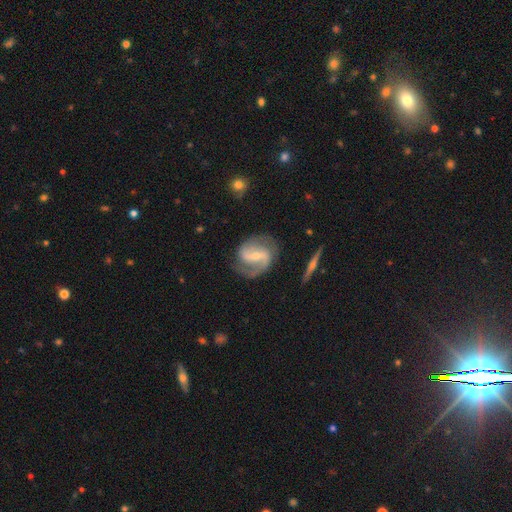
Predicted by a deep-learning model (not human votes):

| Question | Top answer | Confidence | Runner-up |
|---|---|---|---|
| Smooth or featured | featured or disk | 87% | smooth (8%) |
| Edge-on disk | no | 97% | yes (3%) |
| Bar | weak | 42% | strong (40%) |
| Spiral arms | yes | 96% | no (4%) |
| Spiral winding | medium | 52% | loose (27%) |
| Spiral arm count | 2 | 89% | can't tell (4%) |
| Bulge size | small | 60% | moderate (35%) |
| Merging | none | 77% | minor disturbance (15%) |